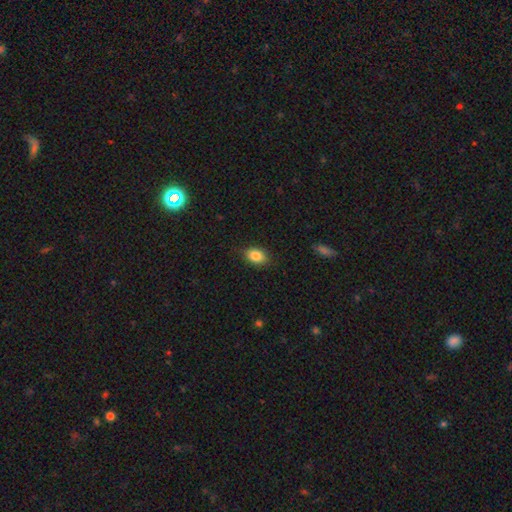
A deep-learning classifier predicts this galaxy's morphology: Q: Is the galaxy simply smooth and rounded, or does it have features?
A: smooth — 86%.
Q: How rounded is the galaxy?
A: in between — 83%.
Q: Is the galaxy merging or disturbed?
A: none — 83%.